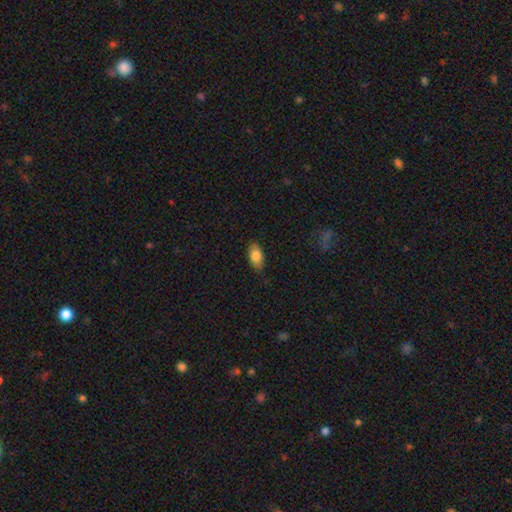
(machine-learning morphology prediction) type=smooth (82%); roundness=in between (91%); merging=none (83%).